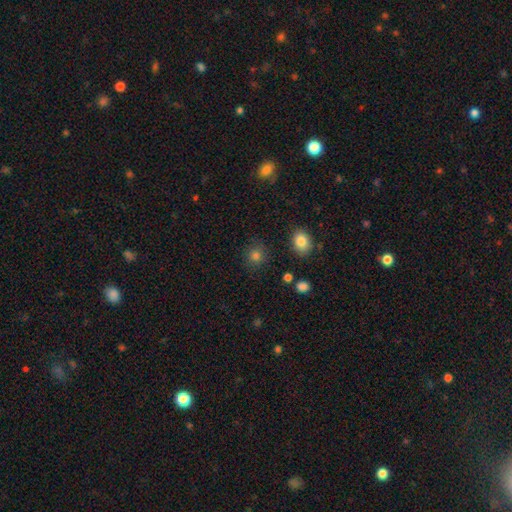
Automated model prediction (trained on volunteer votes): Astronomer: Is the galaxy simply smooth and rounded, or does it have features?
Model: smooth — 80%.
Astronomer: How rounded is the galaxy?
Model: round — 89%.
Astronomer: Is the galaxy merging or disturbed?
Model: none — 87%.